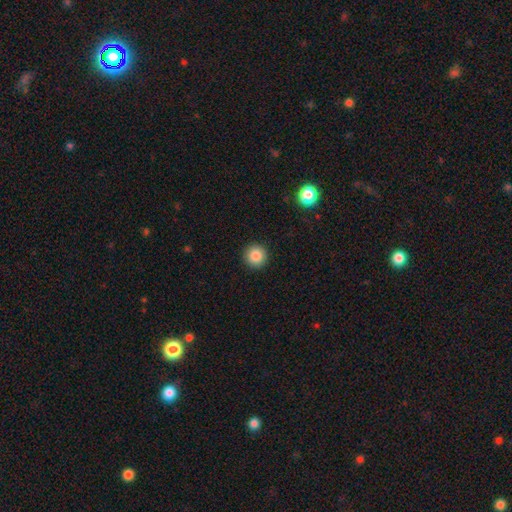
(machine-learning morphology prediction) This appears to be a smooth galaxy with no disk features (86%) that is round (95%). Merging: none (93%).